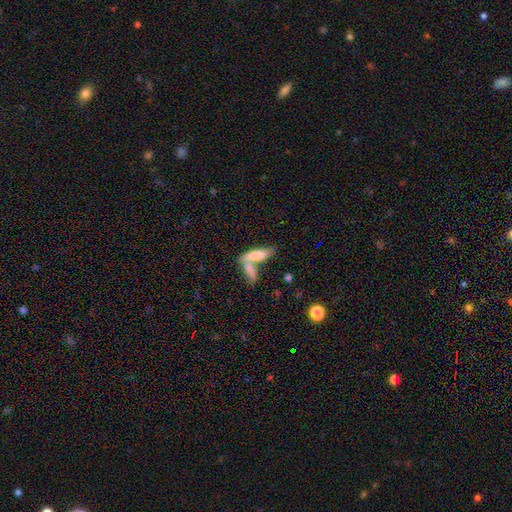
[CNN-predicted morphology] smooth-or-featured: smooth: 74% | featured or disk: 18% | star or artifact: 7%
  how-rounded: cigar-shaped: 50% | in between: 47% | round: 2%
  merging: merger: 63% | none: 25% | minor disturbance: 8% | major disturbance: 5%